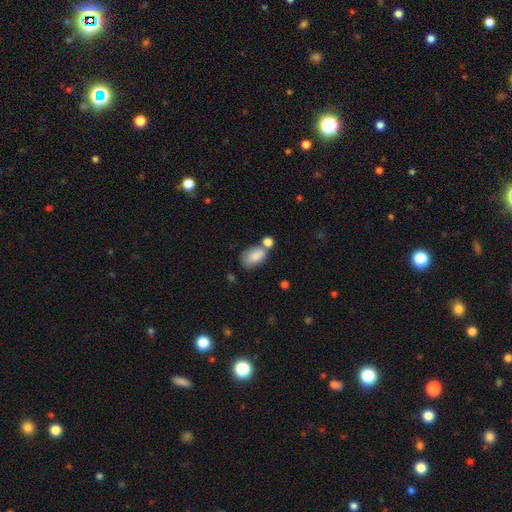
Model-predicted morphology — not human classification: A smooth galaxy with no disk features (82%) that is in between round and cigar-shaped (90%).

Vote fractions:
- Smooth or featured? smooth: 82% / featured or disk: 10% / star or artifact: 8%
- How rounded? in between: 90% / round: 8% / cigar-shaped: 2%
- Merging? none: 40% / merger: 32% / minor disturbance: 19% / major disturbance: 8%